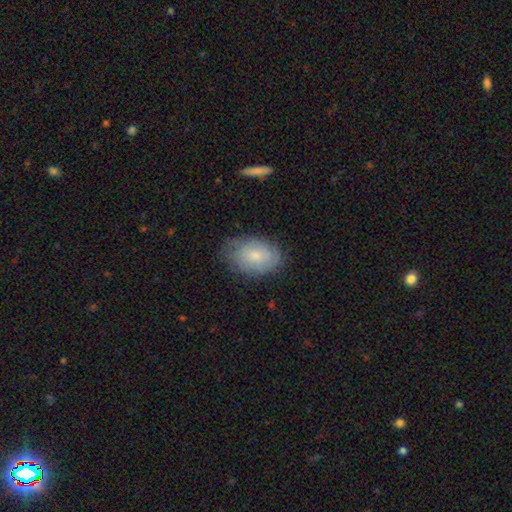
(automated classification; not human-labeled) This is likely a smooth galaxy (66%). How rounded: clearly in between (86%). Merging: likely none (70%).